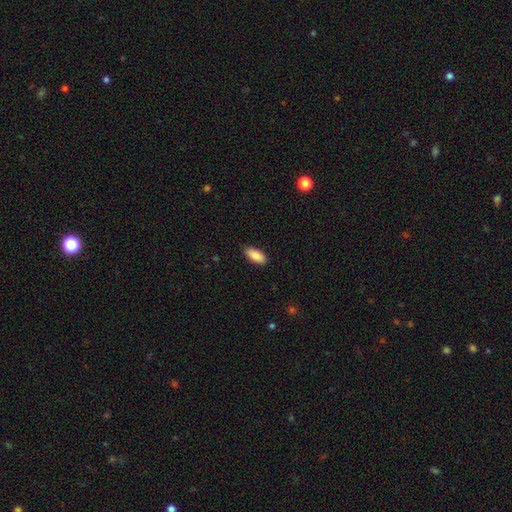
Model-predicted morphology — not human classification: type=smooth (89%); roundness=in between (84%); merging=none (88%).